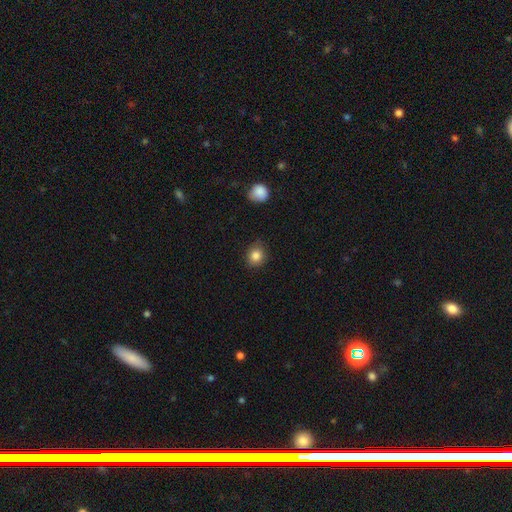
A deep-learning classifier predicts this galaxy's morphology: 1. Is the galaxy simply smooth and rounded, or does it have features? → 85% smooth, 10% star or artifact, 5% featured or disk.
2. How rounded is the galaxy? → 79% round, 20% in between, 1% cigar-shaped.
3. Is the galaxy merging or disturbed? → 80% none, 16% minor disturbance, 3% major disturbance, 1% merger.